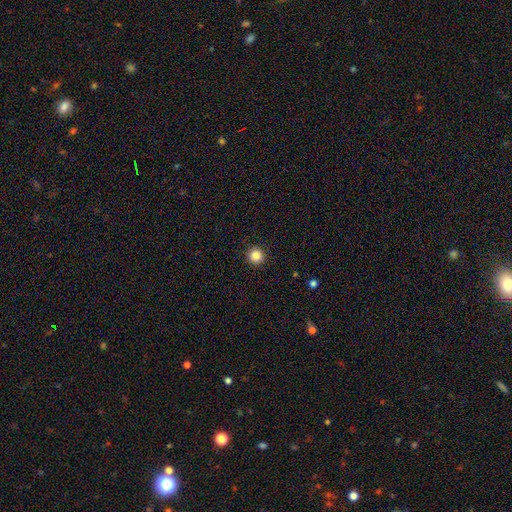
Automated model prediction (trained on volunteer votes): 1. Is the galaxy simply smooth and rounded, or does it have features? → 86% smooth, 10% star or artifact, 4% featured or disk.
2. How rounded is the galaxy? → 95% round, 4% in between, 1% cigar-shaped.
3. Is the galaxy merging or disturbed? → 93% none, 5% minor disturbance, 2% major disturbance, 1% merger.